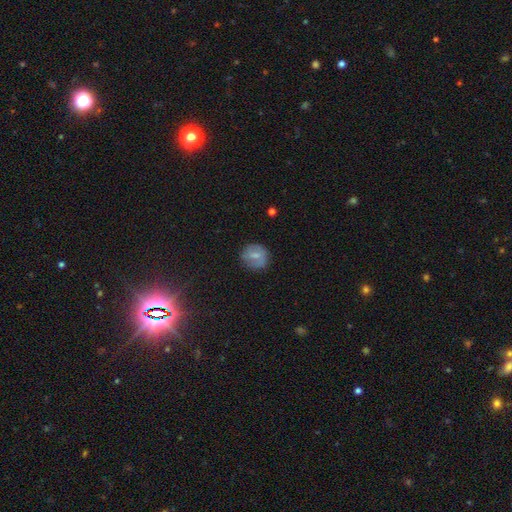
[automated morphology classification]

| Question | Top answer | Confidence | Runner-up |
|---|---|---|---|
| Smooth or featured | smooth | 66% | featured or disk (25%) |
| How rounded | round | 83% | in between (16%) |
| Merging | none | 77% | minor disturbance (16%) |